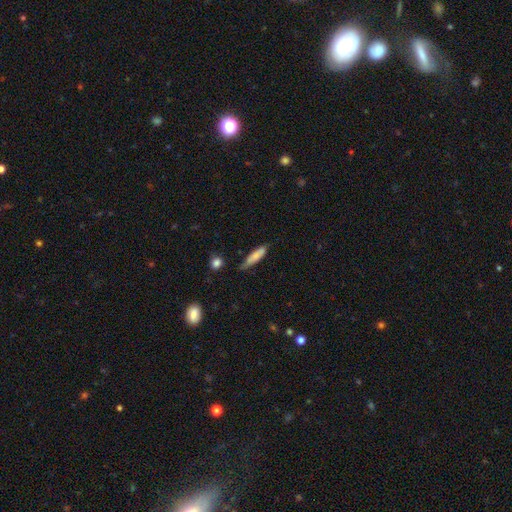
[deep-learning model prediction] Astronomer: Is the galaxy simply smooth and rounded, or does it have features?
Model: smooth — 75%.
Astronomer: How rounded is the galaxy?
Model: cigar-shaped — 70%.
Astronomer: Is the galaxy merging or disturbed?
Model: none — 62%.